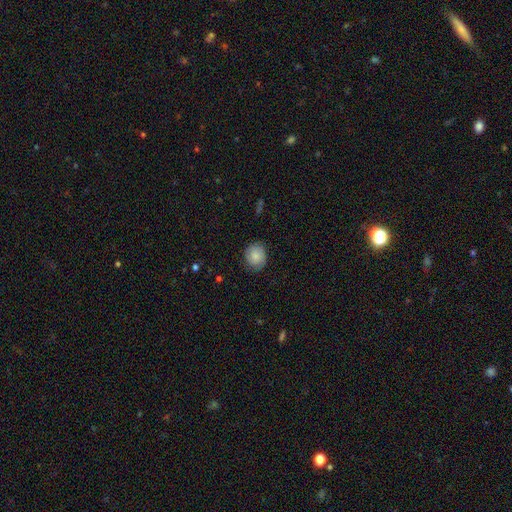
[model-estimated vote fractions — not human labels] smooth-or-featured: smooth: 77% | featured or disk: 15% | star or artifact: 8%
  how-rounded: round: 73% | in between: 27% | cigar-shaped: 1%
  merging: none: 79% | minor disturbance: 16% | major disturbance: 4% | merger: 1%